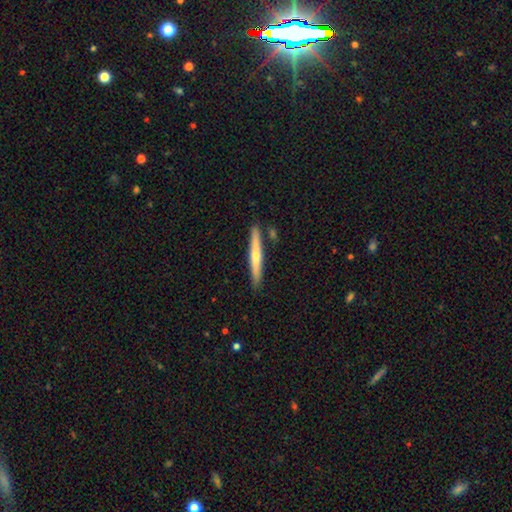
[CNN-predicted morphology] type=smooth (49%); merging=none (86%).